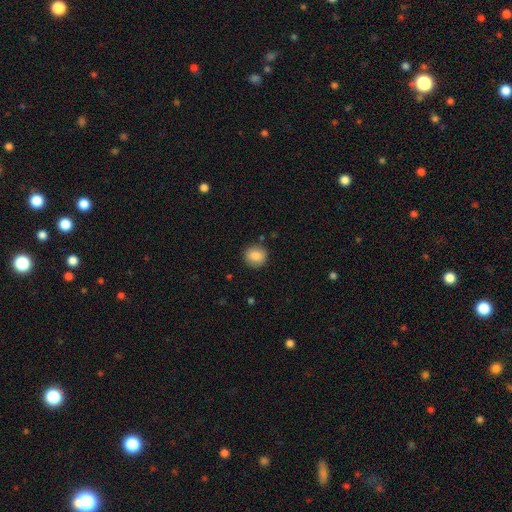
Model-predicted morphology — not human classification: Smooth or featured? smooth (85%)
How rounded? round (89%)
Merging? none (87%)